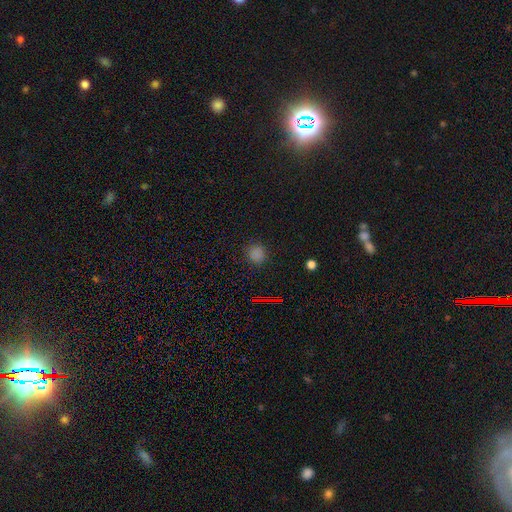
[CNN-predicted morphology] Smooth or featured? Predicted: smooth (p=0.72). How rounded? Predicted: round (p=0.93). Merging? Predicted: none (p=0.90).